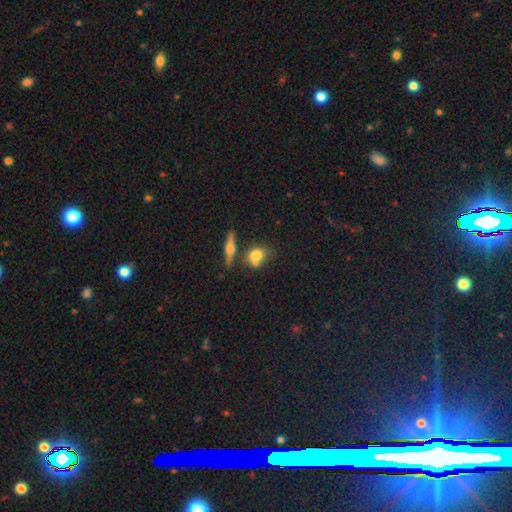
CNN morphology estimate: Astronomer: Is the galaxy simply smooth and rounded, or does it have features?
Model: smooth — 72%.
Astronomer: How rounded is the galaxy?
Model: round — 52% (runner-up: in between, 43%).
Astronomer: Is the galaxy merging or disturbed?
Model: none — 52%.